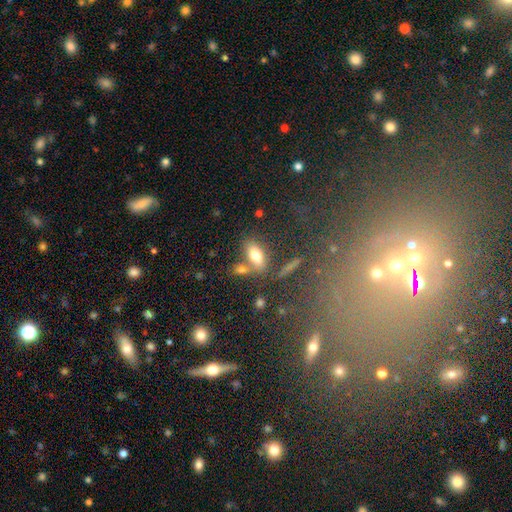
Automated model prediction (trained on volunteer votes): Smooth or featured?
  - smooth: 73% *
  - featured or disk: 17%
  - star or artifact: 10%
How rounded?
  - in between: 82% *
  - cigar-shaped: 13%
  - round: 5%
Merging?
  - none: 57% *
  - merger: 24%
  - minor disturbance: 13%
  - major disturbance: 6%